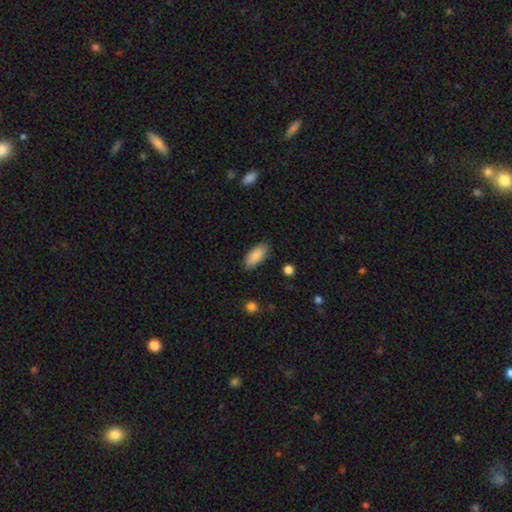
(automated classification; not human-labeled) Q: Smooth or featured?
A: smooth (89%); runner-up: star or artifact (6%)
Q: How rounded?
A: in between (85%); runner-up: cigar-shaped (13%)
Q: Merging?
A: none (87%); runner-up: minor disturbance (10%)